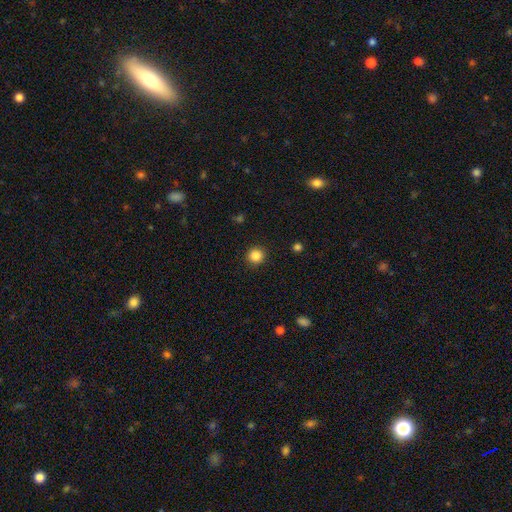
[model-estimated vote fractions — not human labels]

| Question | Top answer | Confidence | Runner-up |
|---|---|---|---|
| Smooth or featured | smooth | 85% | star or artifact (11%) |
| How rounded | round | 94% | in between (5%) |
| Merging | none | 92% | minor disturbance (5%) |